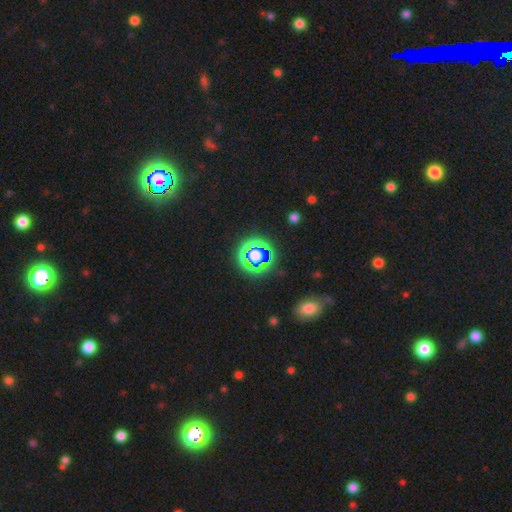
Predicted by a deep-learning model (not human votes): smooth_or_featured: star or artifact (p=0.61) [alt: smooth p=0.27]